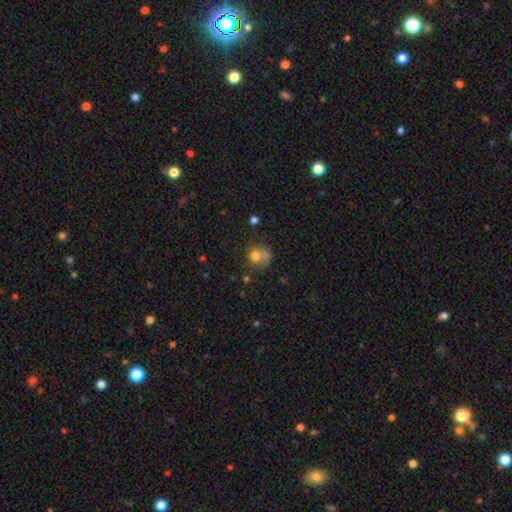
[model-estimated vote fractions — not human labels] Smooth or featured? Predicted: smooth (p=0.72). How rounded? Predicted: round (p=0.77). Merging? Predicted: none (p=0.43).